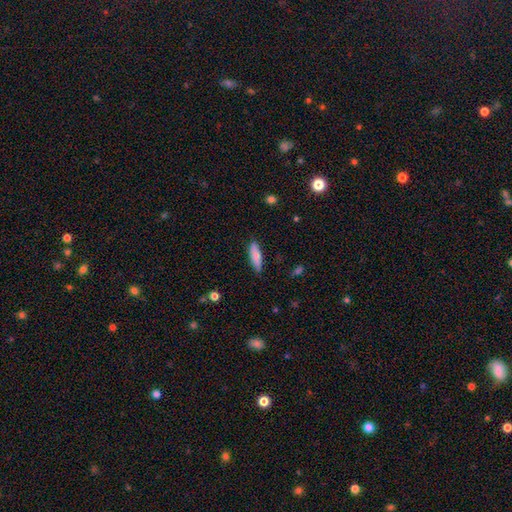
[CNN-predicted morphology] This is clearly a smooth galaxy (81%). How rounded: likely cigar-shaped (67%). Merging: clearly none (85%).